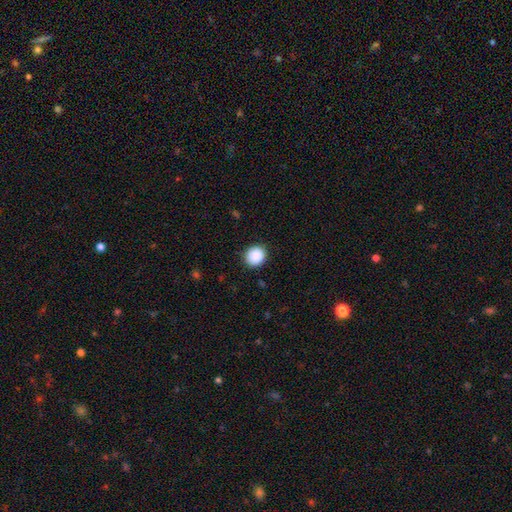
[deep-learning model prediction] smooth-or-featured: smooth: 89% | star or artifact: 8% | featured or disk: 3%
  how-rounded: round: 87% | in between: 12% | cigar-shaped: 1%
  merging: none: 89% | minor disturbance: 7% | major disturbance: 2% | merger: 1%